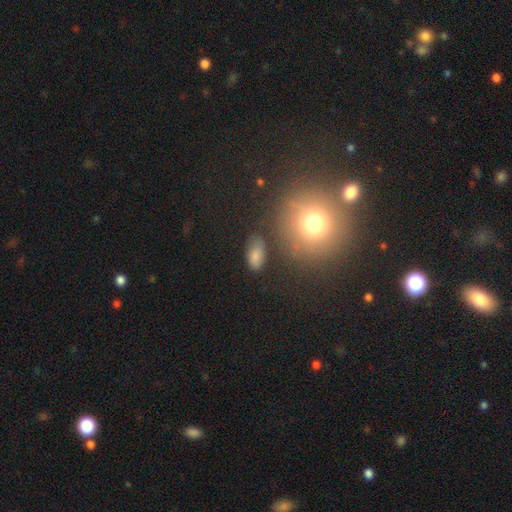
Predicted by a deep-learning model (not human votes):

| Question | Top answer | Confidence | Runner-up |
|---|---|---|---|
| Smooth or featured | smooth | 78% | star or artifact (12%) |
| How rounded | in between | 90% | round (6%) |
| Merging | none | 68% | minor disturbance (20%) |